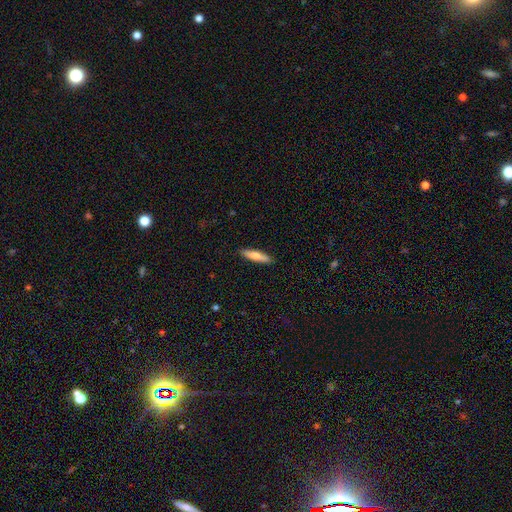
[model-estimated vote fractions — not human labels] Smooth or featured? Predicted: smooth (p=0.77). How rounded? Predicted: cigar-shaped (p=0.80). Merging? Predicted: none (p=0.89).